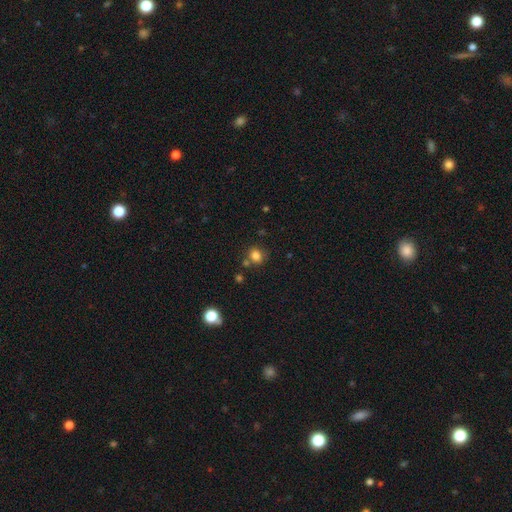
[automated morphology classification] Smooth or featured?
  - smooth: 81% *
  - star or artifact: 13%
  - featured or disk: 6%
How rounded?
  - round: 66% *
  - in between: 33%
  - cigar-shaped: 1%
Merging?
  - none: 70% *
  - minor disturbance: 13%
  - merger: 13%
  - major disturbance: 4%